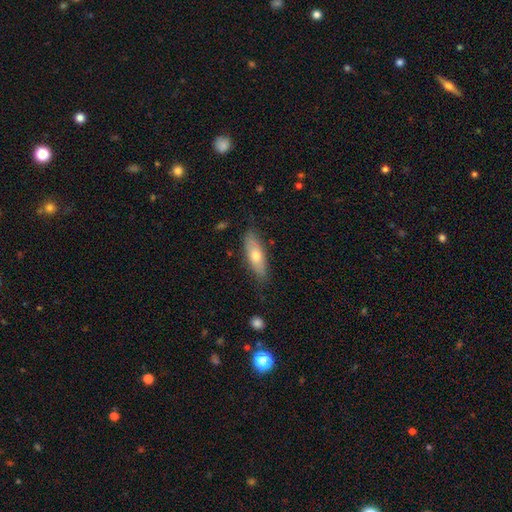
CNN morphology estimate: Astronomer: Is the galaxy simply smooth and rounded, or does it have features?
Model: smooth — 62%.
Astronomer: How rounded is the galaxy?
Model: in between — 54% (runner-up: cigar-shaped, 43%).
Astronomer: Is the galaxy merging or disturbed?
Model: none — 78%.